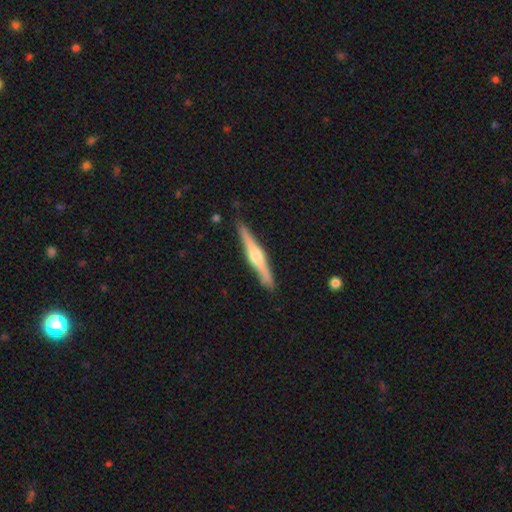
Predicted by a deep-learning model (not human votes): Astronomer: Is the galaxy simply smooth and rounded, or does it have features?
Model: featured or disk — 74%.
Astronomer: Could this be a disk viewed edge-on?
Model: yes — 98%.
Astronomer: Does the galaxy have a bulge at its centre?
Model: rounded — 88%.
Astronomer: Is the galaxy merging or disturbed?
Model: none — 89%.